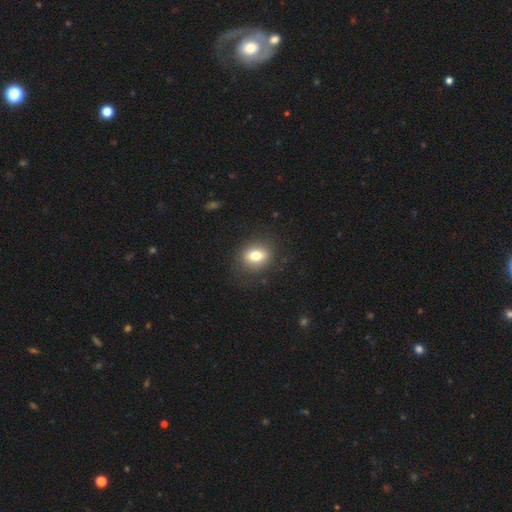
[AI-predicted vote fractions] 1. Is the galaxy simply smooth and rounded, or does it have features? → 76% smooth, 15% featured or disk, 10% star or artifact.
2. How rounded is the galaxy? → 53% in between, 45% round, 2% cigar-shaped.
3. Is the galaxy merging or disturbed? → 84% none, 11% minor disturbance, 4% major disturbance, 1% merger.